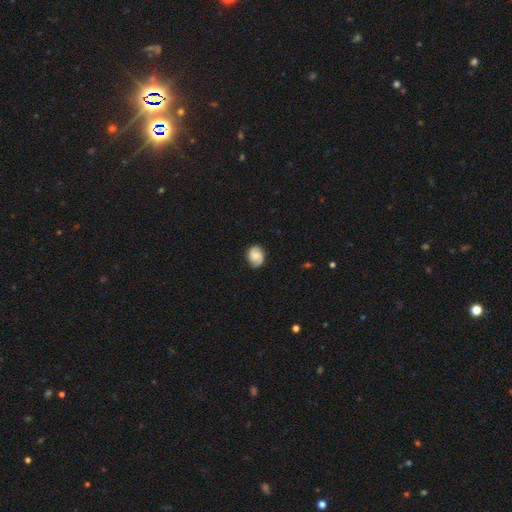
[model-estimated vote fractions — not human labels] Smooth or featured?
  - featured or disk: 46% *
  - smooth: 45%
  - star or artifact: 9%
Merging?
  - none: 82% *
  - minor disturbance: 13%
  - major disturbance: 3%
  - merger: 1%